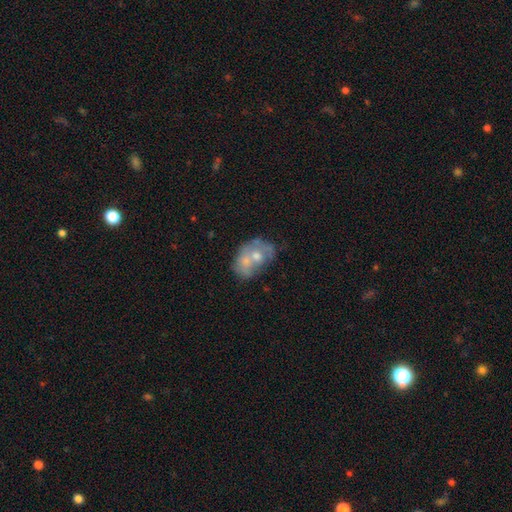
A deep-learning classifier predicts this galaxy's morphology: Smooth or featured? Predicted: featured or disk (p=0.50). Edge-on disk? Predicted: no (p=0.97). Merging? Predicted: merger (p=0.46).